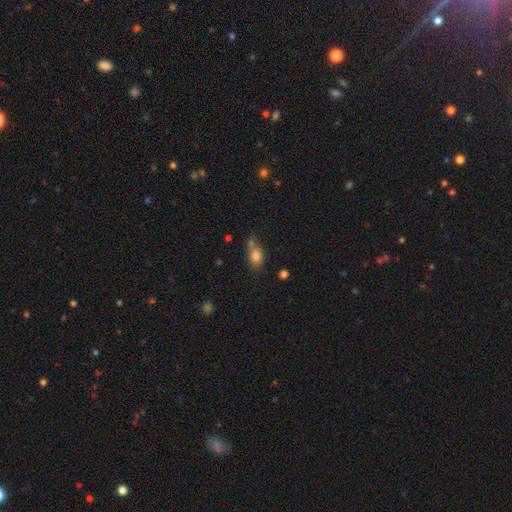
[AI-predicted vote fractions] Overall: smooth (80%). How rounded: in between (71%). Merging: none (47%; merger 25%).